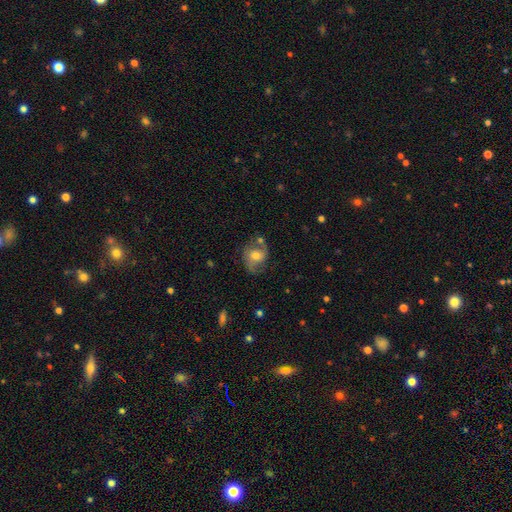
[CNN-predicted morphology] Overall: featured or disk (56%; smooth 35%). Edge-on disk: no (96%). Bar: no (59%; weak 32%). Spiral arms: yes (81%). Bulge size: moderate (66%). Merging: none (60%; minor disturbance 22%).